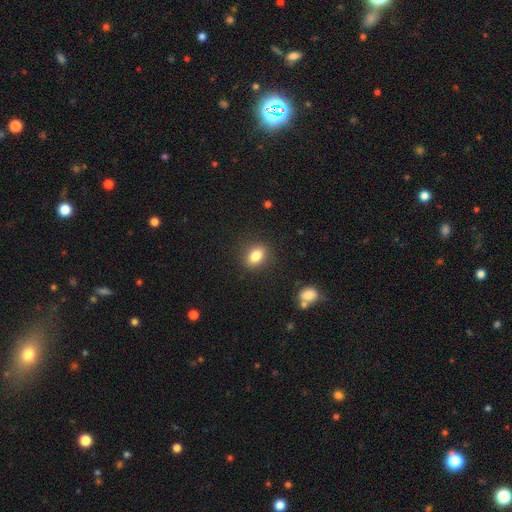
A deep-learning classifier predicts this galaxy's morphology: Smooth or featured?
  - smooth: 83% *
  - star or artifact: 9%
  - featured or disk: 7%
How rounded?
  - in between: 70% *
  - round: 28%
  - cigar-shaped: 2%
Merging?
  - none: 87% *
  - minor disturbance: 9%
  - major disturbance: 3%
  - merger: 1%